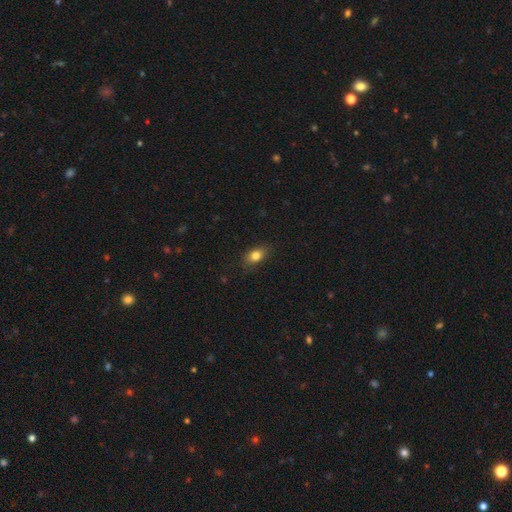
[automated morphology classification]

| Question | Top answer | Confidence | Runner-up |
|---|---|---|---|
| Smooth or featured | smooth | 81% | star or artifact (10%) |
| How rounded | in between | 78% | round (19%) |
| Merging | none | 83% | minor disturbance (14%) |